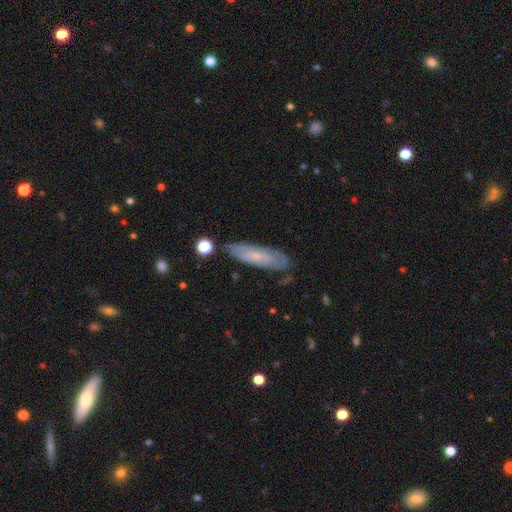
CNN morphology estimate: A featured or disk galaxy (53%).

Vote fractions:
- Smooth or featured? featured or disk: 53% / smooth: 39% / star or artifact: 8%
- Edge-on disk? no: 69% / yes: 31%
- Merging? none: 70% / minor disturbance: 20% / major disturbance: 7% / merger: 3%